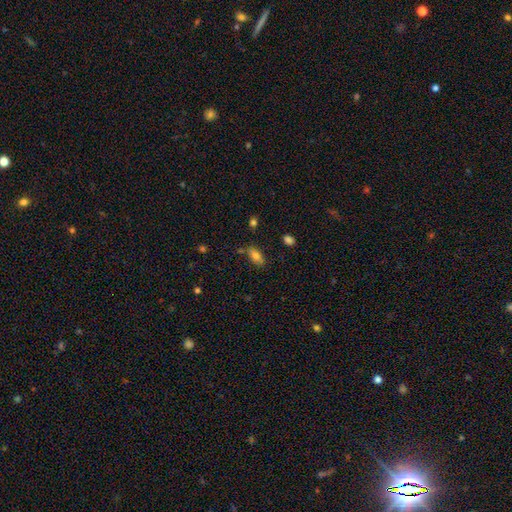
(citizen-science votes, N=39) This is likely a smooth galaxy (77%). How rounded: clearly in between (80%). Merging: clearly none (84%).